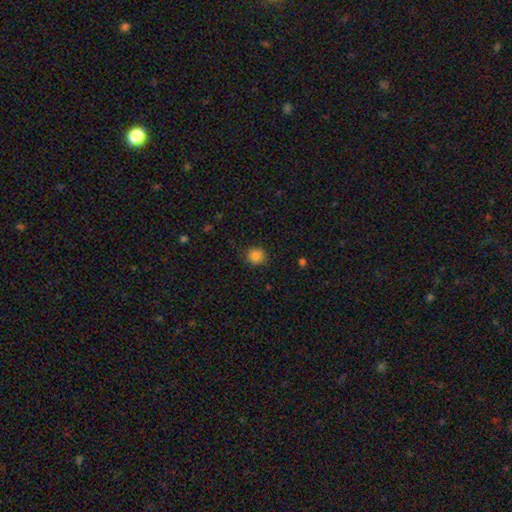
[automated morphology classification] Smooth or featured? Predicted: smooth (p=0.85). How rounded? Predicted: round (p=0.91). Merging? Predicted: none (p=0.88).